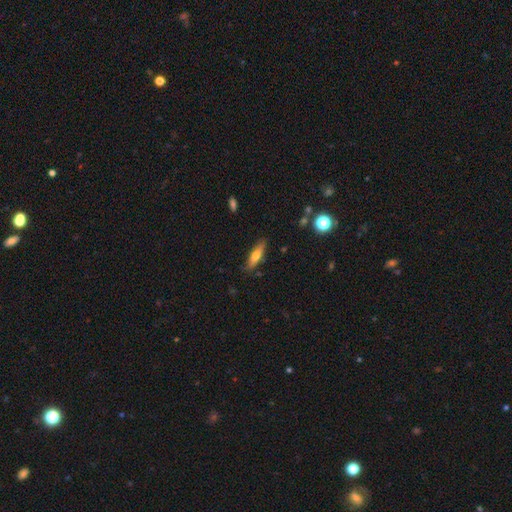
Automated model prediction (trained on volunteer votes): Smooth or featured: smooth — 60% (featured or disk — 33%)
How rounded: cigar-shaped — 65% (in between — 32%)
Merging: none — 84% (minor disturbance — 12%)